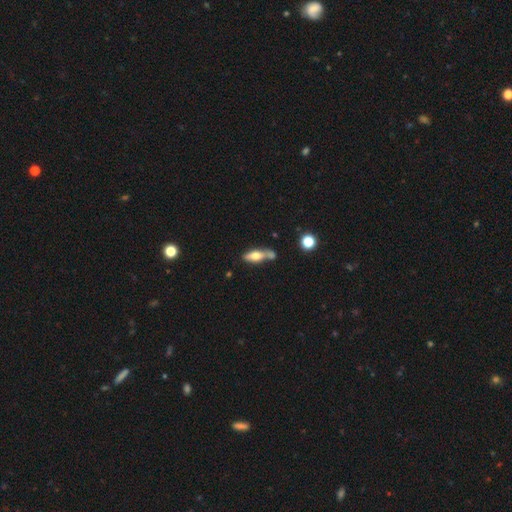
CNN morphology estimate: Smooth or featured? smooth (54%)
How rounded? in between (54%)
Merging? none (49%)